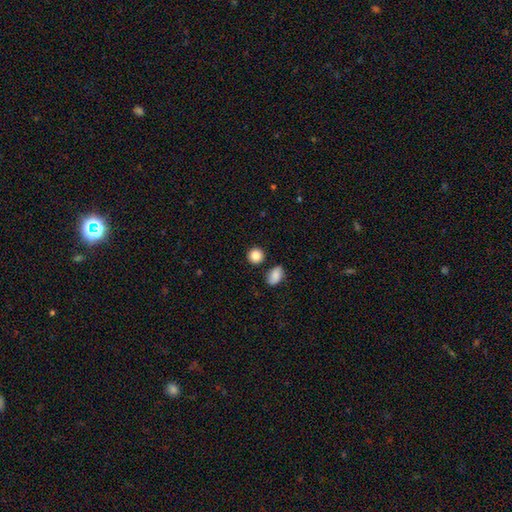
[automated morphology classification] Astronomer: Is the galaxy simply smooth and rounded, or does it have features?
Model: smooth — 86%.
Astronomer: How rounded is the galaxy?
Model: round — 89%.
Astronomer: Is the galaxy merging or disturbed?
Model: none — 86%.